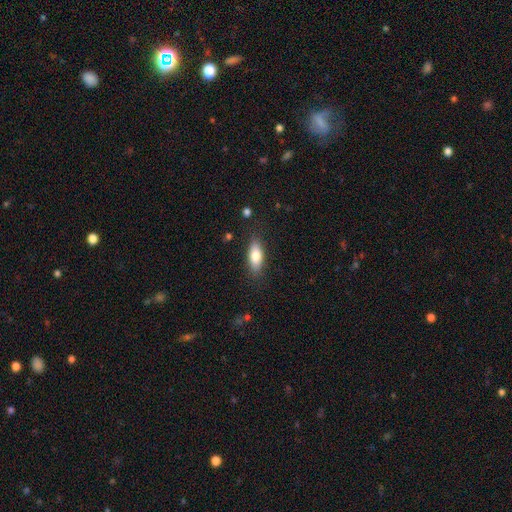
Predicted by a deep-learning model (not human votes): Overall: smooth (78%). How rounded: in between (77%). Merging: none (84%).